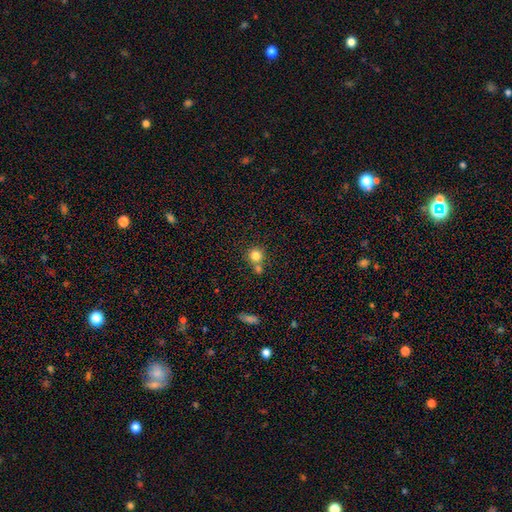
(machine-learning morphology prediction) Smooth or featured? Predicted: smooth (p=0.82). How rounded? Predicted: round (p=0.92). Merging? Predicted: none (p=0.56).